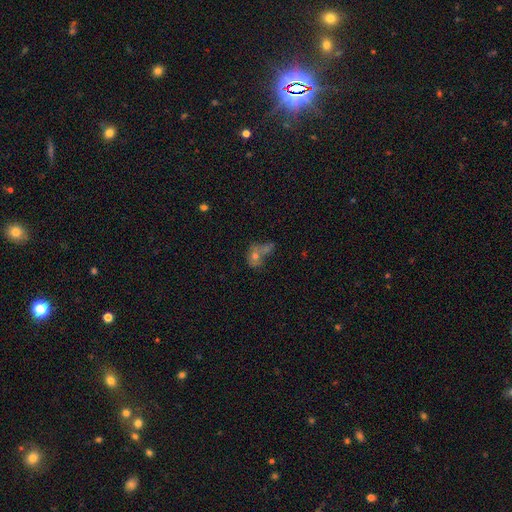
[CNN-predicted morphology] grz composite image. It shows a smooth galaxy with no disk features (46%). Merging: merger (43%).